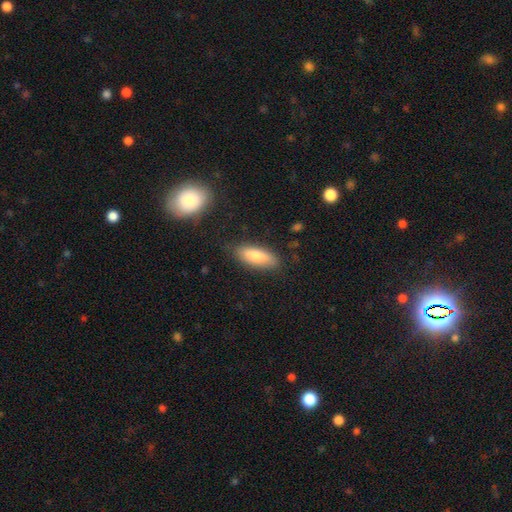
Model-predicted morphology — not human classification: smooth_or_featured: smooth (p=0.78) [alt: featured or disk p=0.15]
how_rounded: in between (p=0.63) [alt: cigar-shaped p=0.35]
merging: none (p=0.81) [alt: minor disturbance p=0.14]